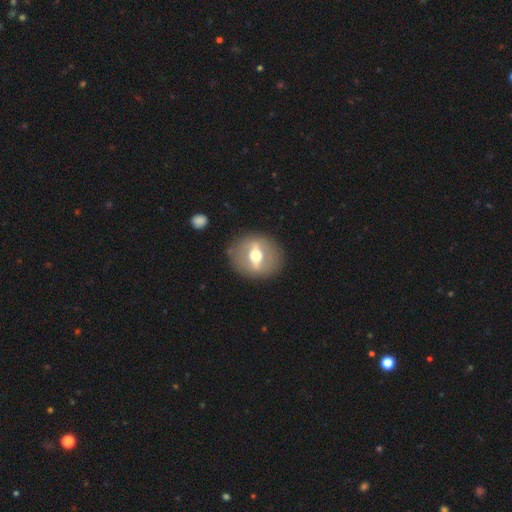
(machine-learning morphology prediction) Smooth or featured? featured or disk (67%)
Edge-on disk? no (73%)
Merging? none (84%)